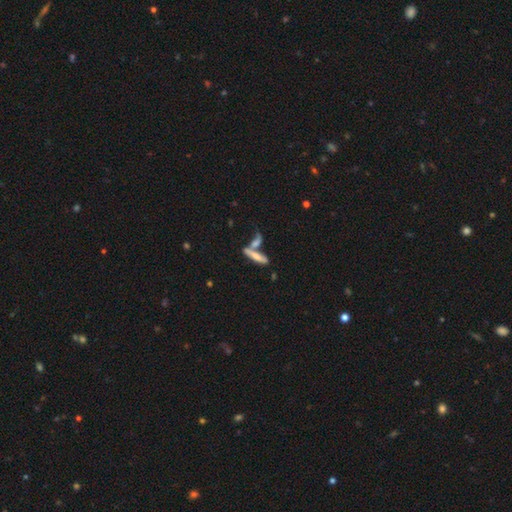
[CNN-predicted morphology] Smooth or featured? smooth (58%)
How rounded? cigar-shaped (76%)
Merging? merger (45%)